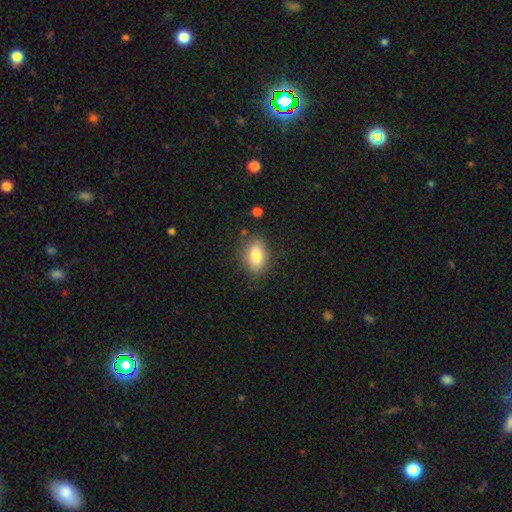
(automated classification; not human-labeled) Smooth or featured? smooth (81%)
How rounded? in between (86%)
Merging? none (82%)